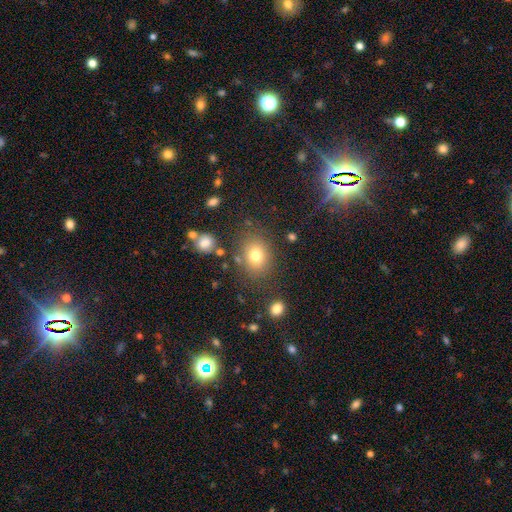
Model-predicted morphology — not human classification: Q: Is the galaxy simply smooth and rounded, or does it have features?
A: smooth — 77%.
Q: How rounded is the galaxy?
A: in between — 52%.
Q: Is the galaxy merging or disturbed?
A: none — 78%.